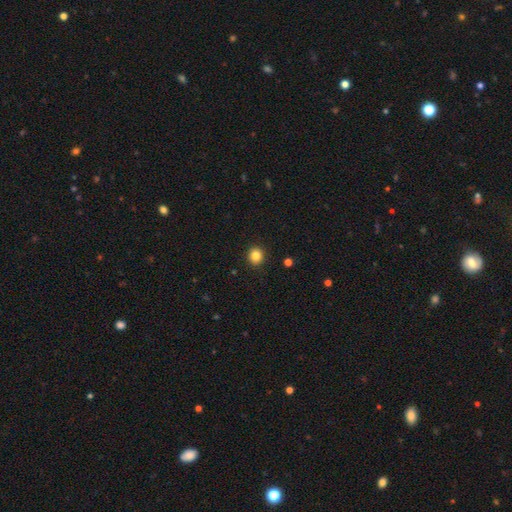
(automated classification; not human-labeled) smooth-or-featured: smooth: 84% | star or artifact: 11% | featured or disk: 5%
  how-rounded: round: 88% | in between: 11% | cigar-shaped: 1%
  merging: none: 93% | minor disturbance: 5% | major disturbance: 2% | merger: 1%